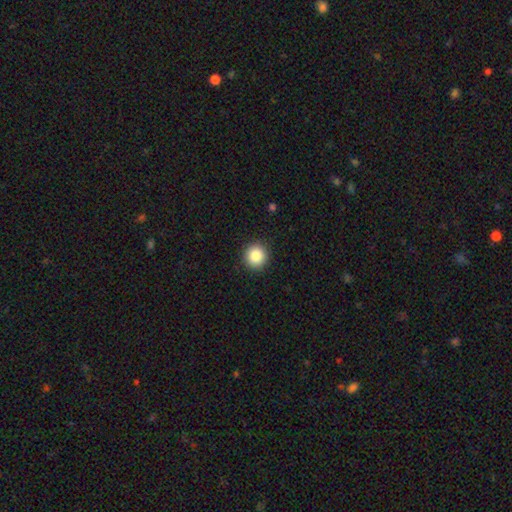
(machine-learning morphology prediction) smooth 87%, star or artifact 9%, featured or disk 4%. Down the decision tree: how rounded — round (93%); merging — none (92%).